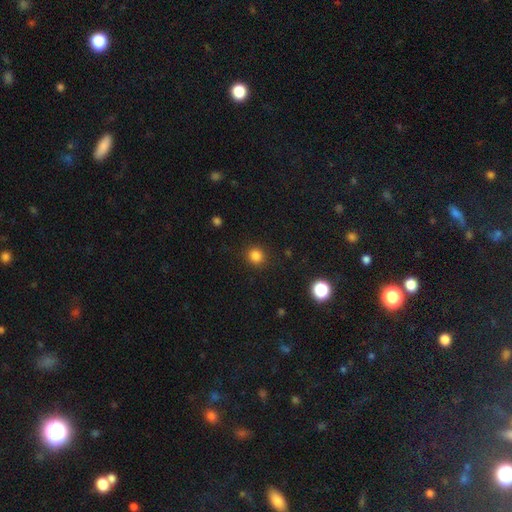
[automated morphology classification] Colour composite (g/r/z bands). It shows a smooth galaxy with no disk features (84%) that is round (89%). Merging: none (90%).